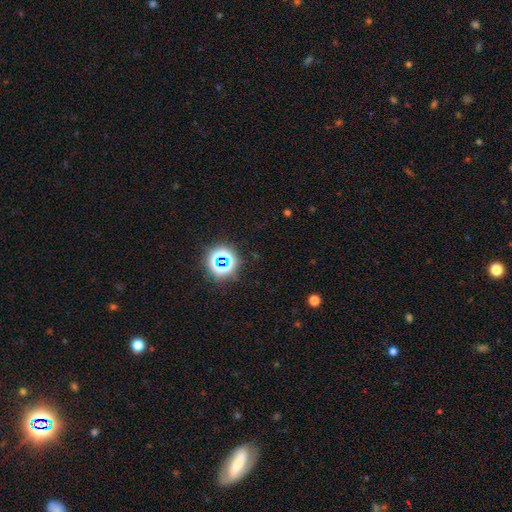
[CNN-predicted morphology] star or artifact 73%, smooth 19%, featured or disk 8%.